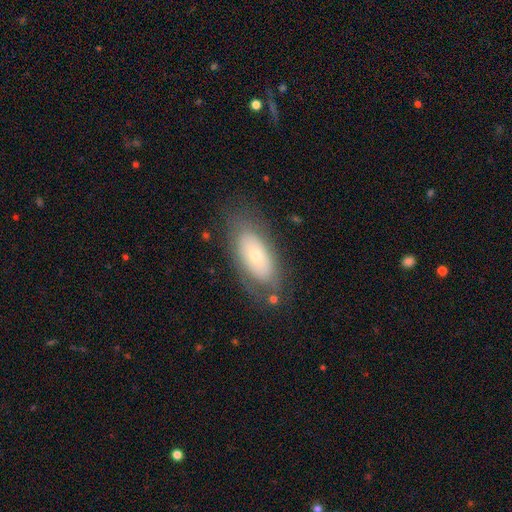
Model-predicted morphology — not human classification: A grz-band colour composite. It shows a smooth galaxy with no disk features (51%) that is in between round and cigar-shaped (88%). Merging: none (72%).